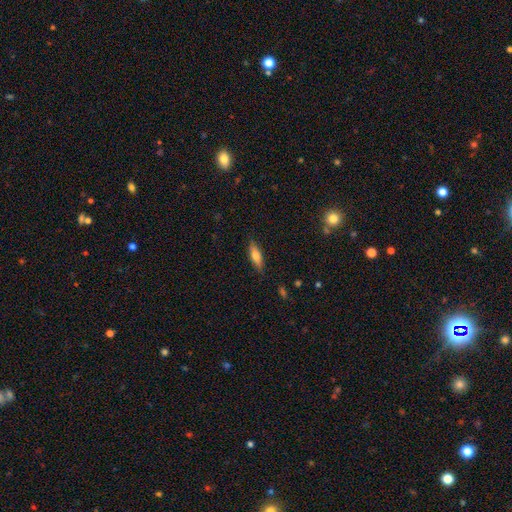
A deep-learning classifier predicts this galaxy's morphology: Smooth or featured: smooth — 64% (featured or disk — 29%)
How rounded: cigar-shaped — 54% (in between — 44%)
Merging: none — 85% (minor disturbance — 11%)